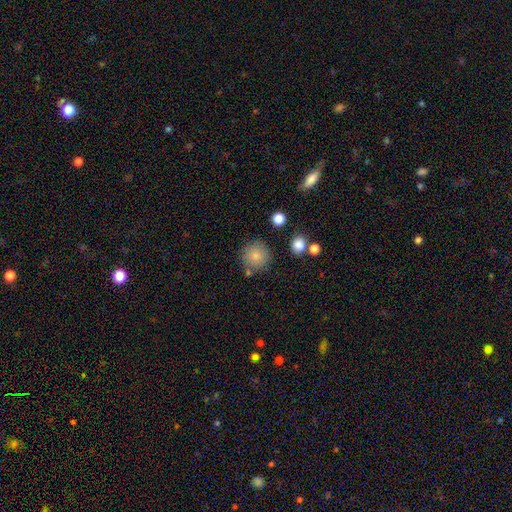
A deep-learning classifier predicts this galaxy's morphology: Smooth or featured? smooth (82%)
How rounded? round (94%)
Merging? none (81%)